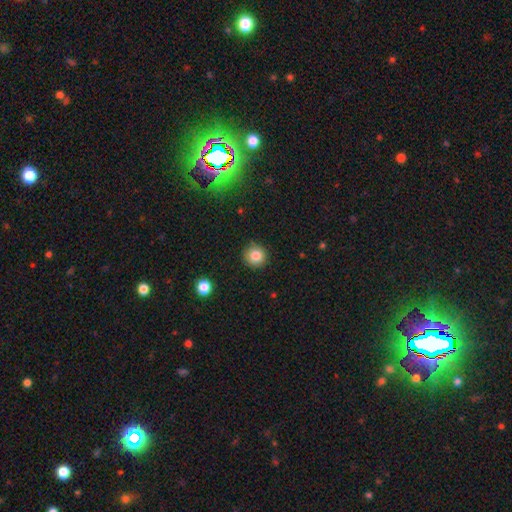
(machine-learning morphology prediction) The model was most divided on "smooth or featured": smooth: 84%, star or artifact: 10%, featured or disk: 6%. More confident: how rounded — round (94%); merging — none (90%).